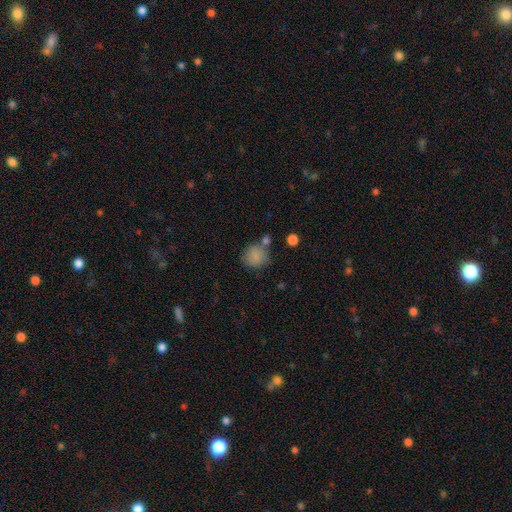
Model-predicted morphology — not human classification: Smooth or featured: smooth — 82% (star or artifact — 10%)
How rounded: round — 78% (in between — 21%)
Merging: none — 59% (minor disturbance — 18%)